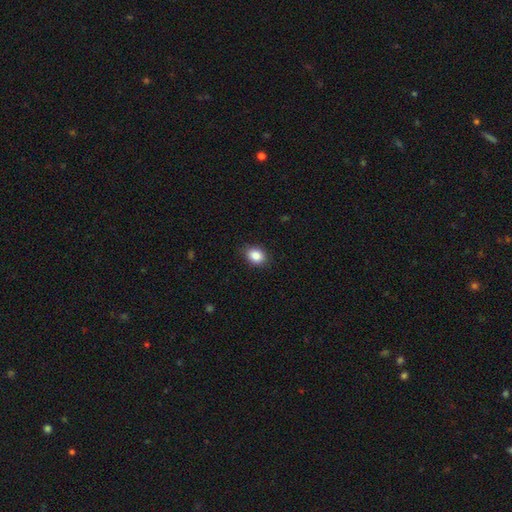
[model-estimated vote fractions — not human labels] This is clearly a smooth galaxy (87%). How rounded: likely in between (63%). Merging: clearly none (86%).